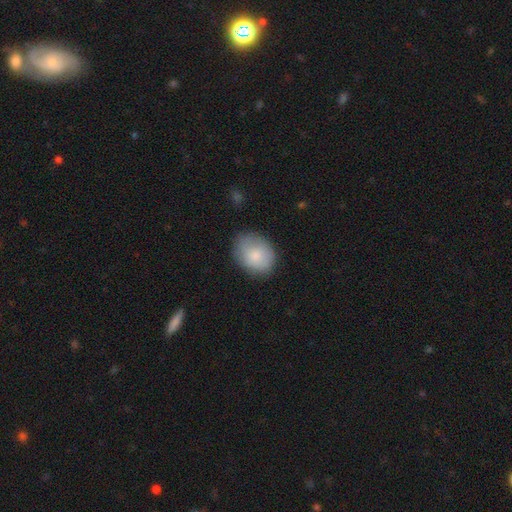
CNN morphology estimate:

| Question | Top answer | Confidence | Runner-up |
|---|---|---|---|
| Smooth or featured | smooth | 83% | featured or disk (11%) |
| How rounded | in between | 64% | round (35%) |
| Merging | none | 76% | minor disturbance (18%) |